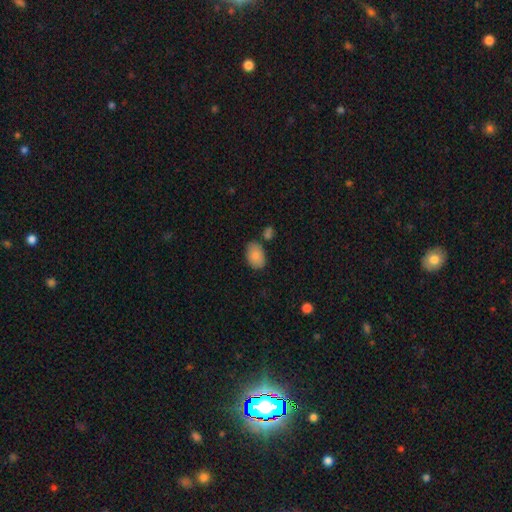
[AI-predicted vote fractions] The model was most divided on "merging": none: 75%, minor disturbance: 15%, merger: 7%, major disturbance: 4%. More confident: how rounded — in between (90%); smooth or featured — smooth (87%).